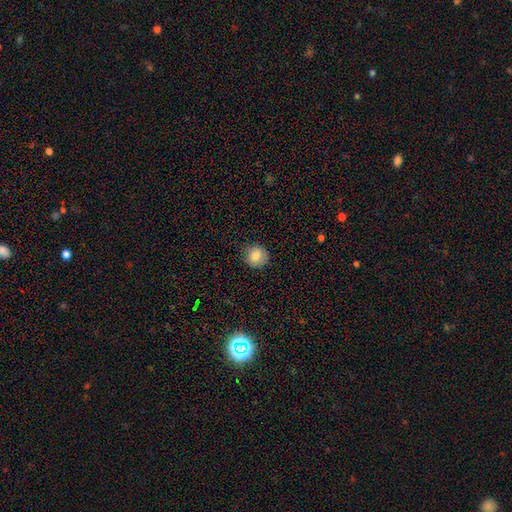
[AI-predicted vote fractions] Smooth or featured? Predicted: smooth (p=0.83). How rounded? Predicted: round (p=0.93). Merging? Predicted: none (p=0.88).